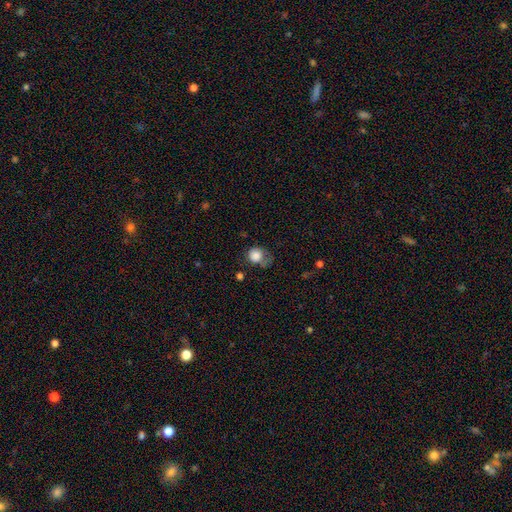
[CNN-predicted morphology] Q: Smooth or featured?
A: smooth (82%); runner-up: featured or disk (9%)
Q: How rounded?
A: round (74%); runner-up: in between (25%)
Q: Merging?
A: none (36%); runner-up: minor disturbance (31%)